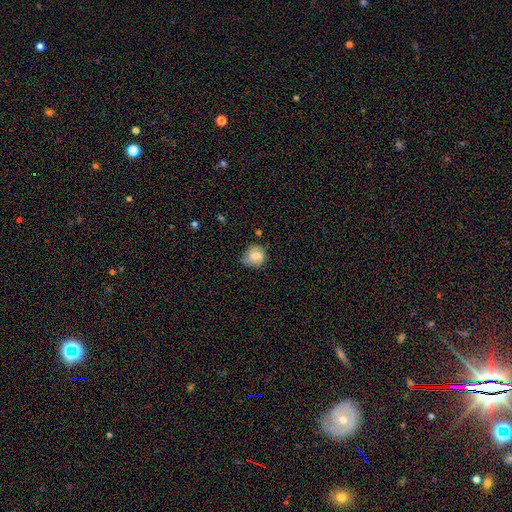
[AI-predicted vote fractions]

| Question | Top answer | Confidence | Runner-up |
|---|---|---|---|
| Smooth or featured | smooth | 66% | featured or disk (25%) |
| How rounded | round | 69% | in between (30%) |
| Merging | none | 56% | minor disturbance (32%) |